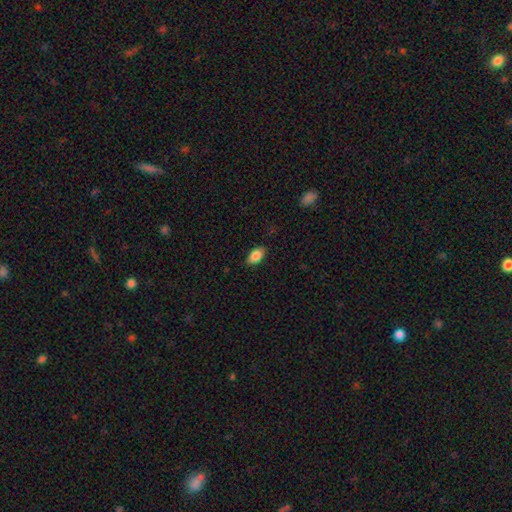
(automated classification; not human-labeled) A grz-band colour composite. It shows a smooth galaxy with no disk features (86%) that is in between round and cigar-shaped (91%). Merging: none (85%).